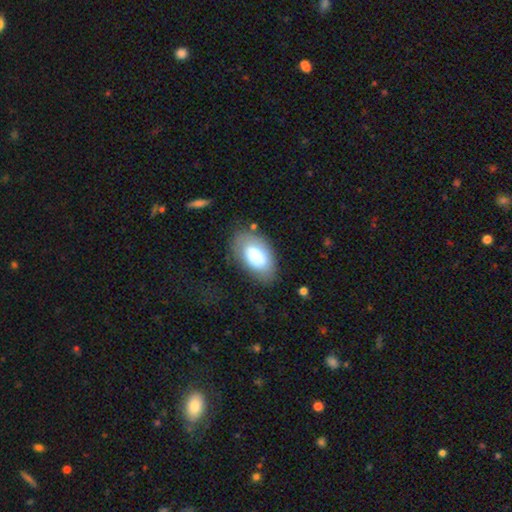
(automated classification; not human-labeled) Overall: smooth (74%). How rounded: in between (94%). Merging: none (70%).